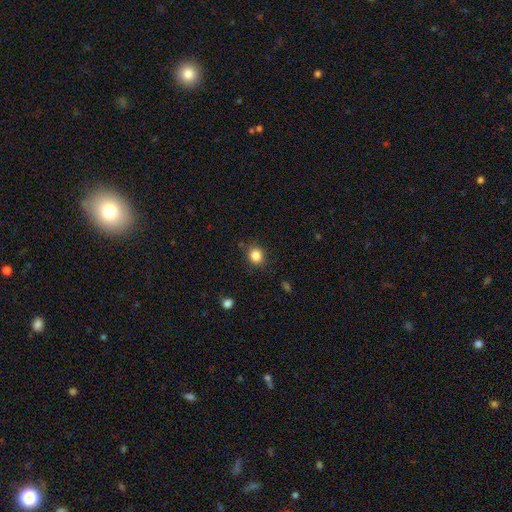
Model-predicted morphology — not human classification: Smooth or featured? smooth (84%)
How rounded? round (78%)
Merging? none (86%)